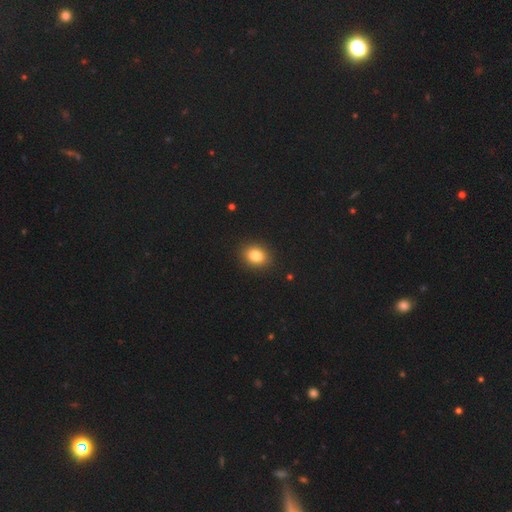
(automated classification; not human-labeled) A smooth galaxy with no disk features (82%) that is round (51%).

Vote fractions:
- Smooth or featured? smooth: 82% / star or artifact: 11% / featured or disk: 7%
- How rounded? round: 51% / in between: 48% / cigar-shaped: 1%
- Merging? none: 90% / minor disturbance: 7% / major disturbance: 2% / merger: 1%